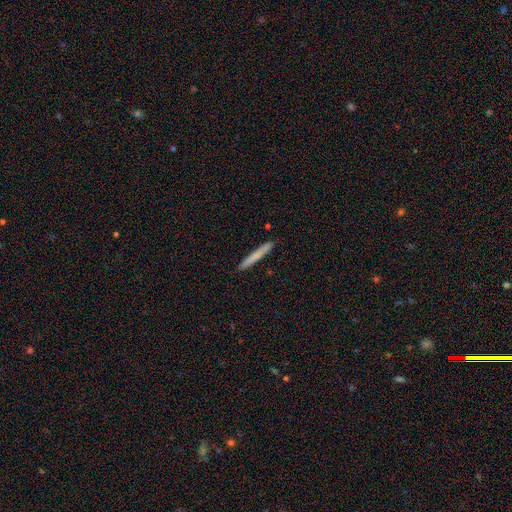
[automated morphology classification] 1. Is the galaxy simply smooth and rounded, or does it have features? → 73% smooth, 21% featured or disk, 6% star or artifact.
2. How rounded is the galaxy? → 97% cigar-shaped, 2% in between, 1% round.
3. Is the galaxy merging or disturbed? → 92% none, 6% minor disturbance, 1% major disturbance, 1% merger.